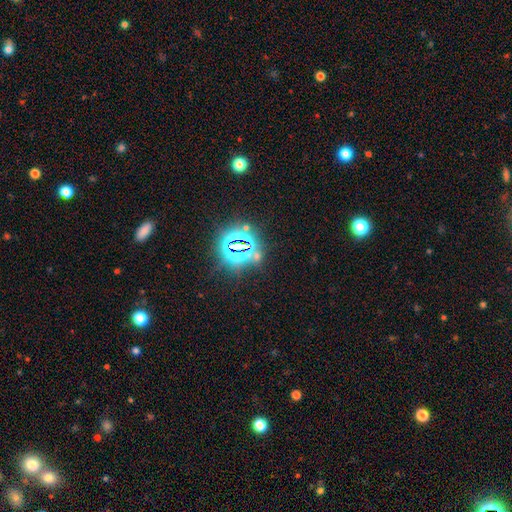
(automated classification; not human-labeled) A star or artifact, not a galaxy (76%).